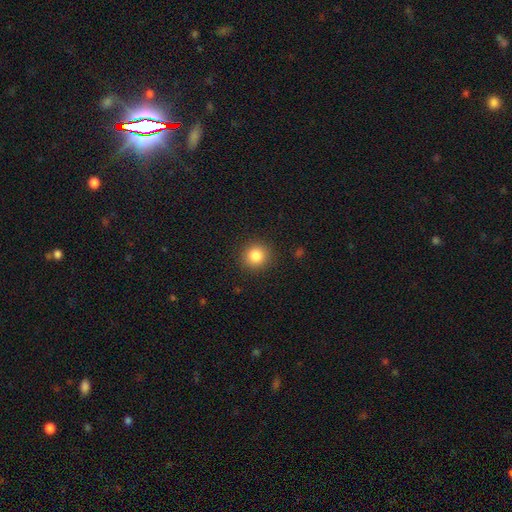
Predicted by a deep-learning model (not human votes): This appears to be a smooth galaxy with no disk features (85%) that is round (91%). Merging: none (90%).